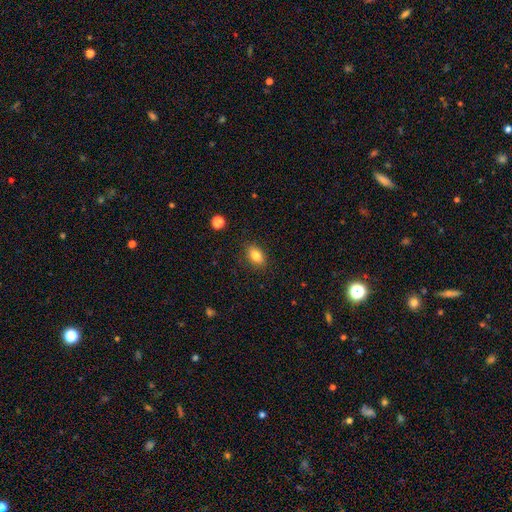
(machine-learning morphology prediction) Smooth or featured: smooth — 82% (star or artifact — 9%)
How rounded: in between — 85% (round — 11%)
Merging: none — 86% (minor disturbance — 10%)